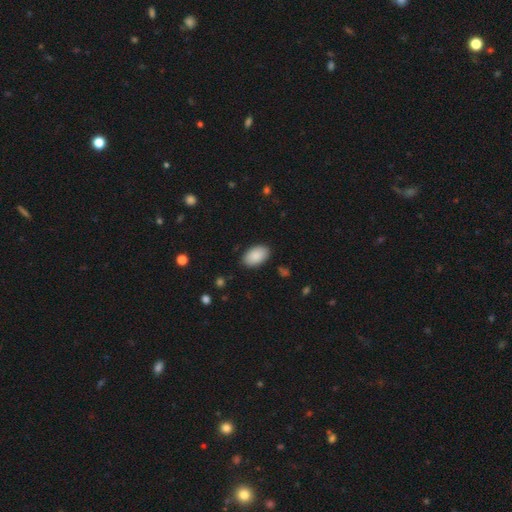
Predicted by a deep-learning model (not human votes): Smooth or featured: smooth — 89% (star or artifact — 6%)
How rounded: in between — 93% (round — 6%)
Merging: none — 87% (minor disturbance — 9%)